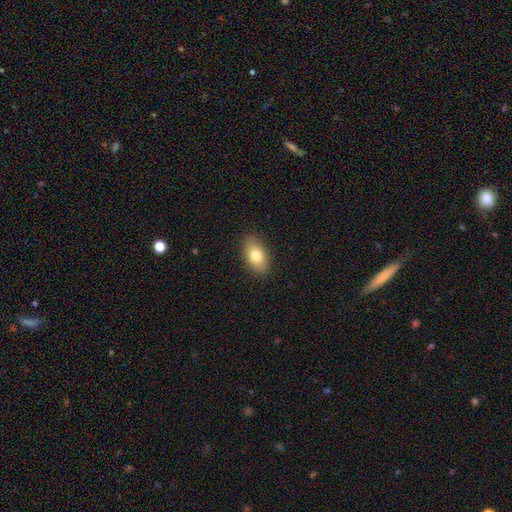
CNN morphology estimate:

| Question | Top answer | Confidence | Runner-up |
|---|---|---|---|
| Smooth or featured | smooth | 78% | featured or disk (14%) |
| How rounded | in between | 89% | round (8%) |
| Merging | none | 87% | minor disturbance (9%) |